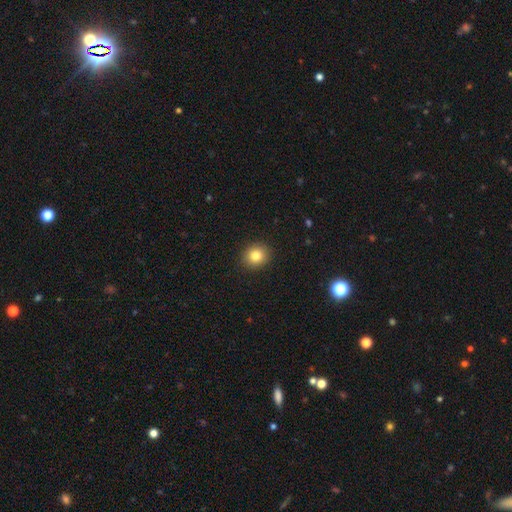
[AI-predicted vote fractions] A smooth galaxy with no disk features (82%) that is round (77%). Merging: none (91%).